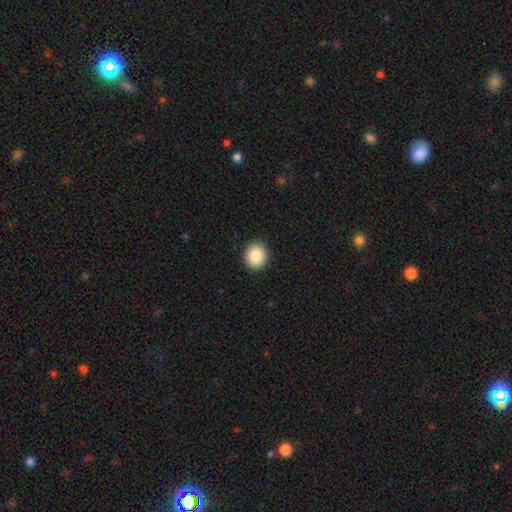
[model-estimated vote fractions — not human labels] smooth_or_featured: smooth (p=0.87) [alt: star or artifact p=0.08]
how_rounded: round (p=0.78) [alt: in between p=0.21]
merging: none (p=0.92) [alt: minor disturbance p=0.06]